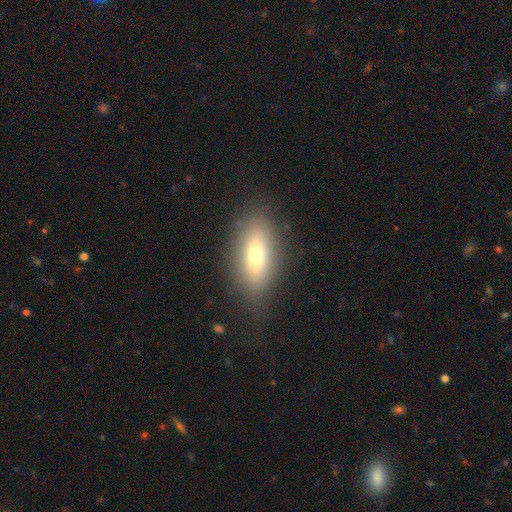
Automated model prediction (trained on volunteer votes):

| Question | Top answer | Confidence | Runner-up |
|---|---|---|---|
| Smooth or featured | smooth | 67% | featured or disk (24%) |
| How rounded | in between | 77% | cigar-shaped (18%) |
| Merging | none | 82% | minor disturbance (12%) |